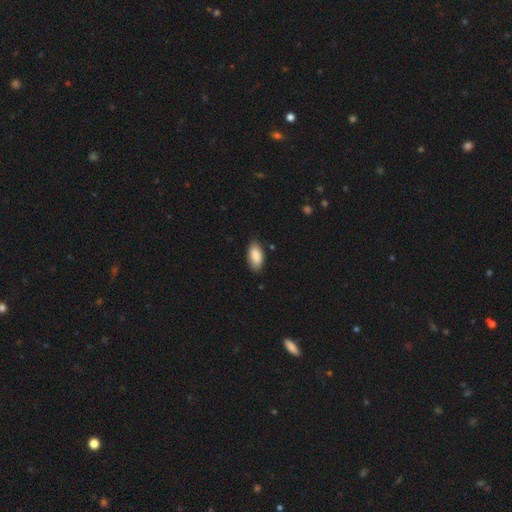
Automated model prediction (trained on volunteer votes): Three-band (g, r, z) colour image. It shows a smooth galaxy with no disk features (87%) that is in between round and cigar-shaped (92%). Merging: none (81%).